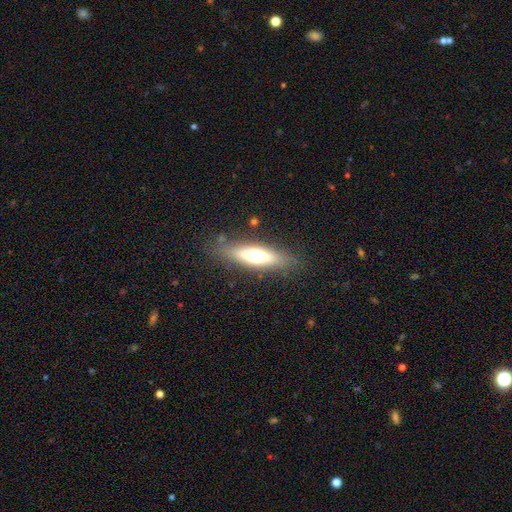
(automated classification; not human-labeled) smooth-or-featured: smooth: 52% | featured or disk: 40% | star or artifact: 8%
  how-rounded: cigar-shaped: 57% | in between: 41% | round: 3%
  merging: none: 82% | minor disturbance: 12% | major disturbance: 4% | merger: 2%